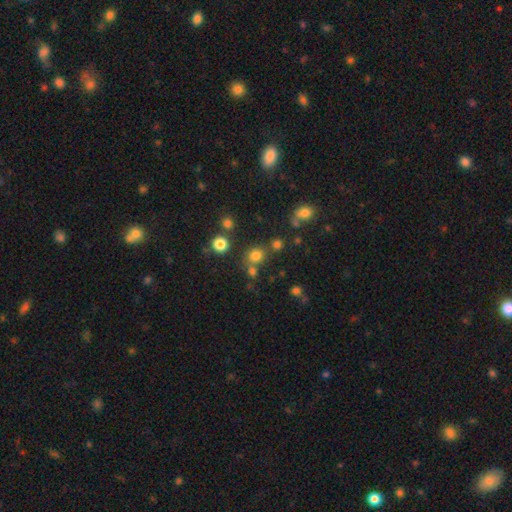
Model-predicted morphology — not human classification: This is likely a smooth galaxy (75%). How rounded: clearly round (82%). Merging: likely none (69%).